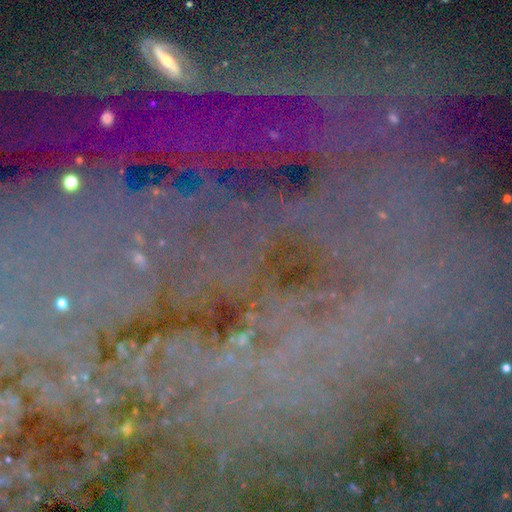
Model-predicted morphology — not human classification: This appears to be a star or artifact, not a galaxy (81%).